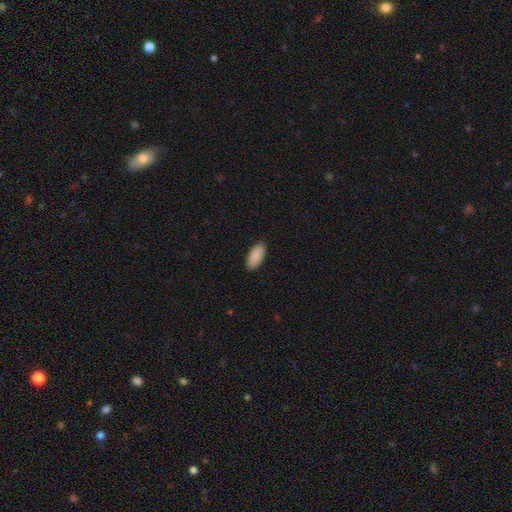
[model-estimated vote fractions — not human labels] smooth 91%, star or artifact 6%, featured or disk 4%. Down the decision tree: how rounded — in between (88%); merging — none (89%).